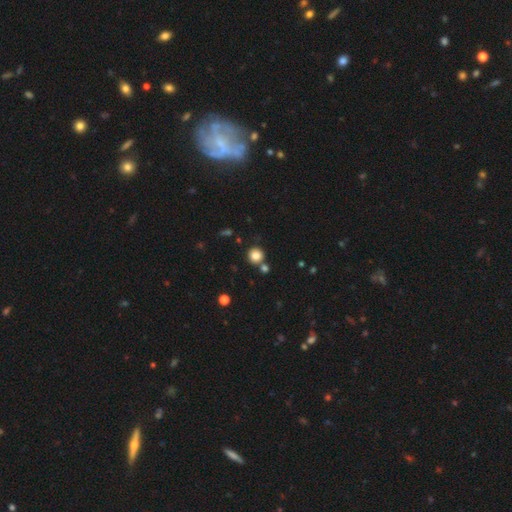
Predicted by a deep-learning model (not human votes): smooth_or_featured: smooth (p=0.84) [alt: star or artifact p=0.11]
how_rounded: round (p=0.91) [alt: in between p=0.08]
merging: none (p=0.75) [alt: merger p=0.14]